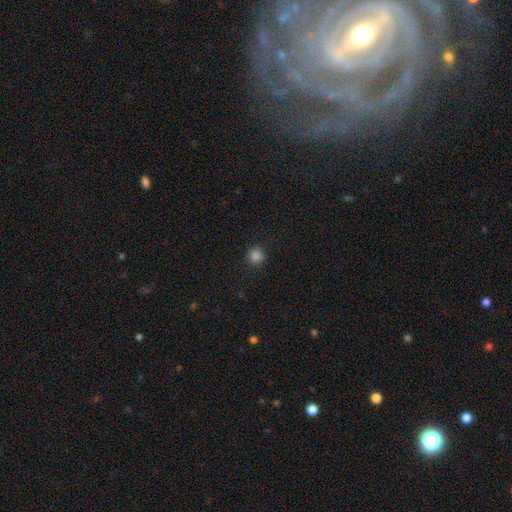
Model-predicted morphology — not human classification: smooth_or_featured: smooth (p=0.84) [alt: star or artifact p=0.12]
how_rounded: round (p=0.93) [alt: in between p=0.06]
merging: none (p=0.88) [alt: minor disturbance p=0.08]